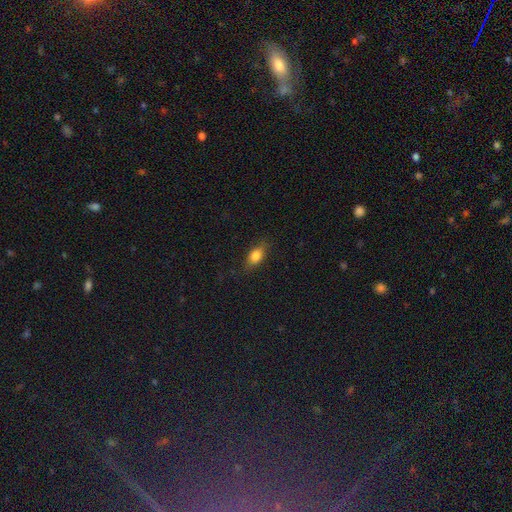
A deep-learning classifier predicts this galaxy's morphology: smooth-or-featured: smooth: 79% | featured or disk: 12% | star or artifact: 9%
  how-rounded: in between: 78% | round: 12% | cigar-shaped: 10%
  merging: none: 80% | minor disturbance: 15% | major disturbance: 4% | merger: 1%